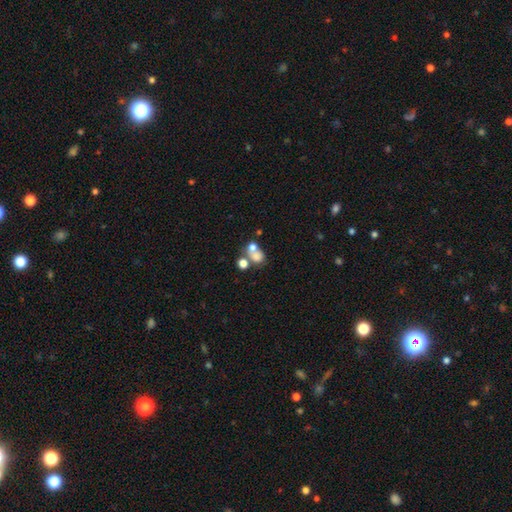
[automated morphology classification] Smooth or featured?
  - smooth: 66% *
  - featured or disk: 20%
  - star or artifact: 15%
How rounded?
  - round: 61% *
  - in between: 37%
  - cigar-shaped: 1%
Merging?
  - merger: 54% *
  - none: 30%
  - minor disturbance: 8%
  - major disturbance: 8%